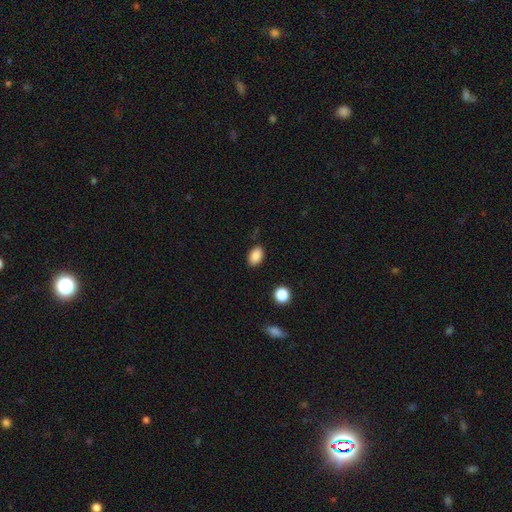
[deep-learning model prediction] Overall: smooth (88%). How rounded: in between (88%). Merging: none (86%).